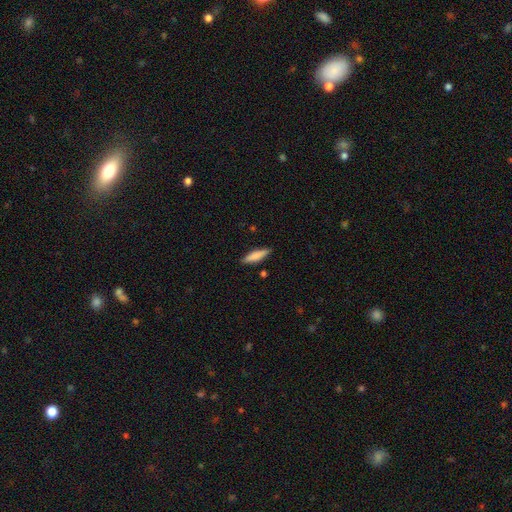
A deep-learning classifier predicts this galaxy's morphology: Smooth or featured? smooth (79%)
How rounded? cigar-shaped (74%)
Merging? none (87%)